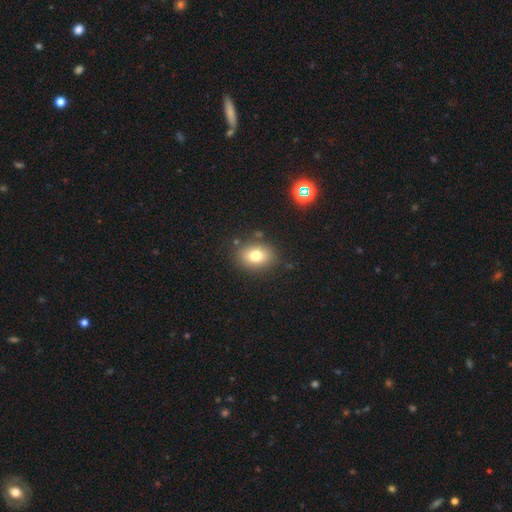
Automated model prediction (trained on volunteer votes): smooth 78%, star or artifact 11%, featured or disk 11%. Down the decision tree: how rounded — in between (68%); merging — none (83%).